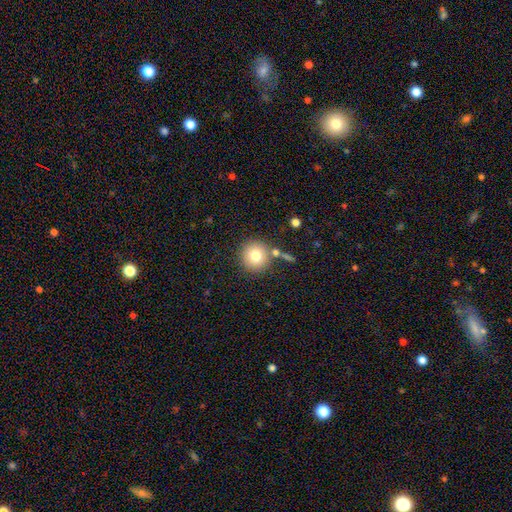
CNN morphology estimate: Overall: smooth (77%). How rounded: round (94%). Merging: none (78%).